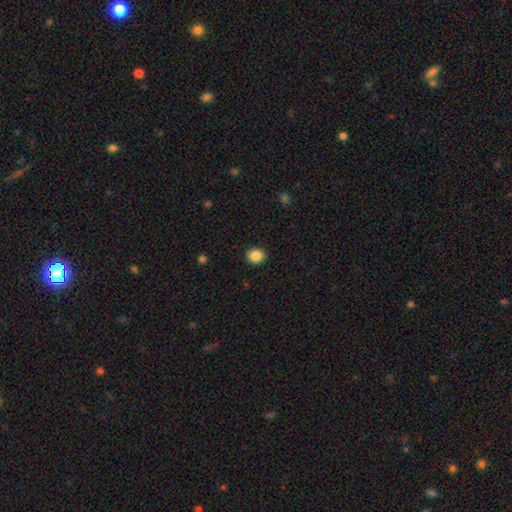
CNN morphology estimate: Smooth or featured? Predicted: smooth (p=0.86). How rounded? Predicted: round (p=0.82). Merging? Predicted: none (p=0.92).